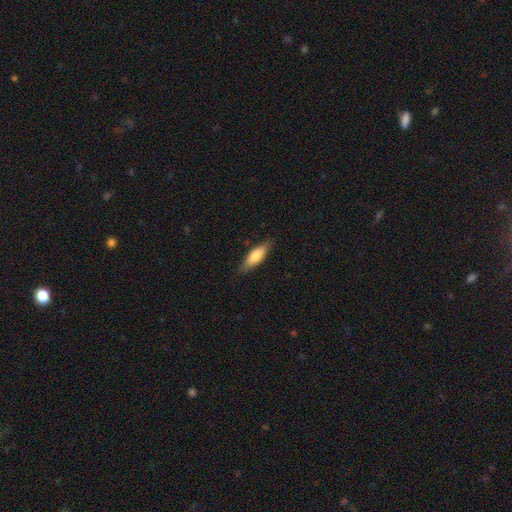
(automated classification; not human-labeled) Morphology: type=smooth (70%); roundness=cigar-shaped (50%); merging=none (84%).